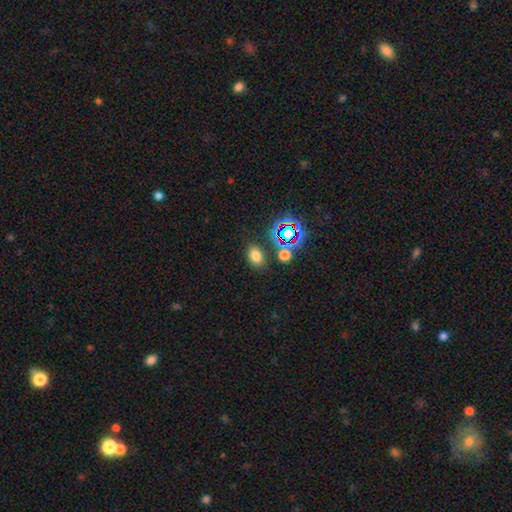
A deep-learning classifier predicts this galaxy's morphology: smooth_or_featured: smooth (p=0.72) [alt: star or artifact p=0.21]
how_rounded: in between (p=0.77) [alt: round p=0.22]
merging: none (p=0.81) [alt: minor disturbance p=0.10]